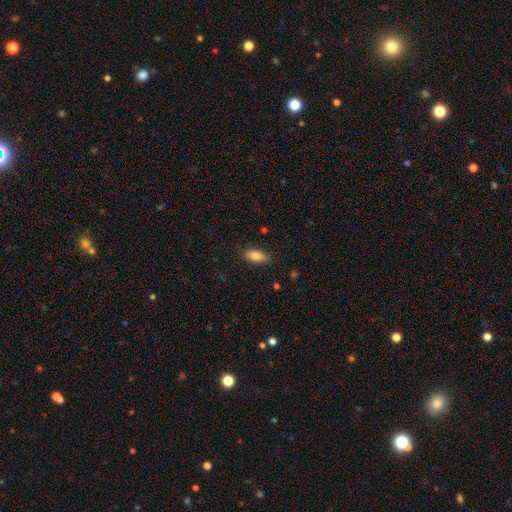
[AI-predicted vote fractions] A smooth galaxy with no disk features (84%) that is in between round and cigar-shaped (89%).

Vote fractions:
- Smooth or featured? smooth: 84% / featured or disk: 8% / star or artifact: 7%
- How rounded? in between: 89% / cigar-shaped: 8% / round: 3%
- Merging? none: 86% / minor disturbance: 11% / major disturbance: 2% / merger: 1%